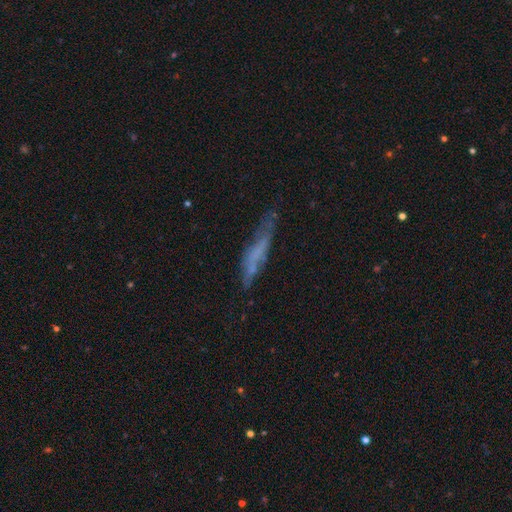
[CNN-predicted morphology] This is marginally a featured or disk galaxy (45%). Merging: possibly none (52%).